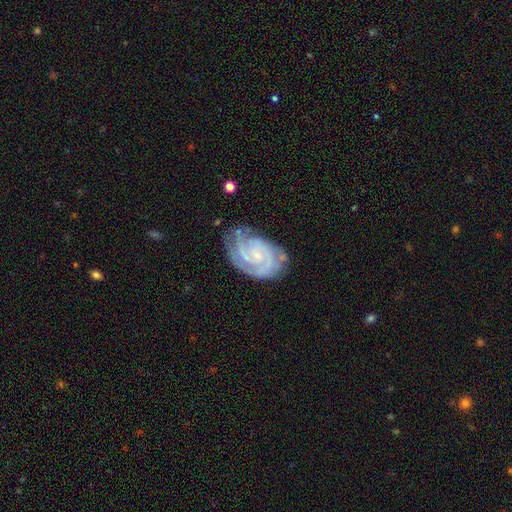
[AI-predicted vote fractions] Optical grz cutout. It shows a featured or disk galaxy (89%) with no bar (58%), 2 (38%) tight (69%) spiral arms (98%) and a small central bulge (76%). Merging: none (68%).